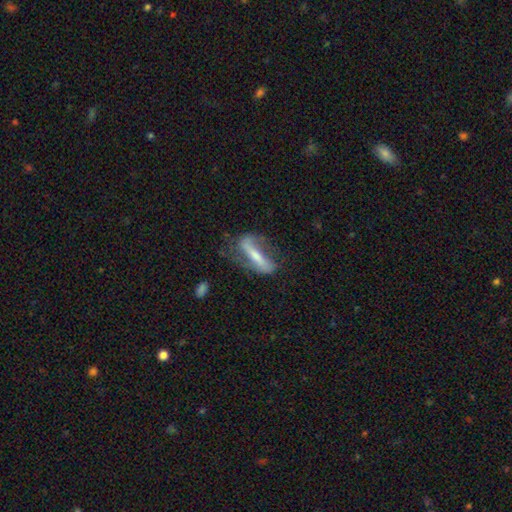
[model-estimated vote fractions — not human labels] smooth-or-featured: featured or disk: 70% | smooth: 23% | star or artifact: 7%
  disk-edge-on: no: 75% | yes: 25%
    bar: strong: 65% | weak: 21% | no: 15%
    has-spiral-arms: yes: 81% | no: 19%
    bulge-size: small: 45% | moderate: 39% | none: 9% | large: 6% | dominant: 2%
  merging: none: 54% | minor disturbance: 24% | major disturbance: 19% | merger: 3%